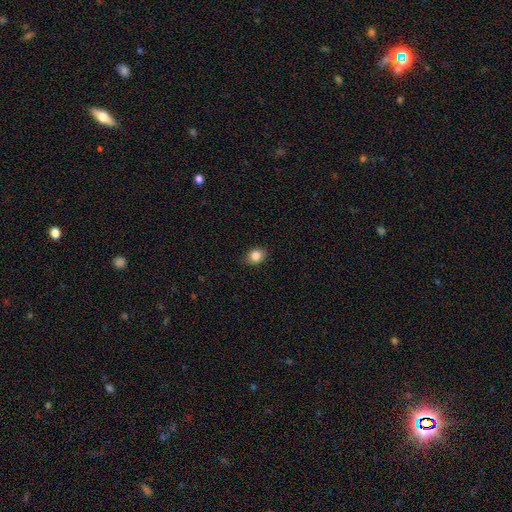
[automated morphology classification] Smooth or featured? smooth (85%)
How rounded? in between (52%)
Merging? none (83%)